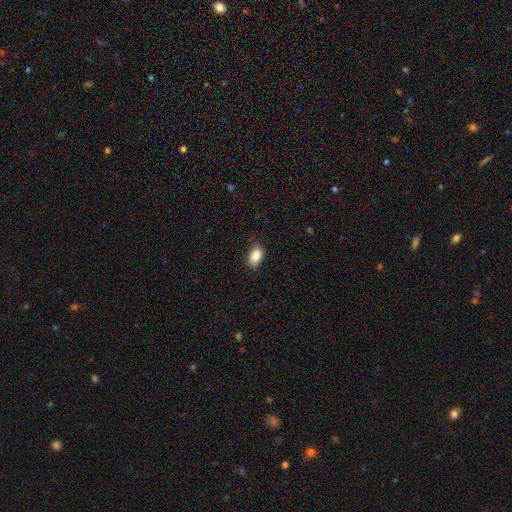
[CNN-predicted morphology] smooth_or_featured: smooth (p=0.87) [alt: star or artifact p=0.08]
how_rounded: in between (p=0.90) [alt: round p=0.08]
merging: none (p=0.82) [alt: minor disturbance p=0.14]